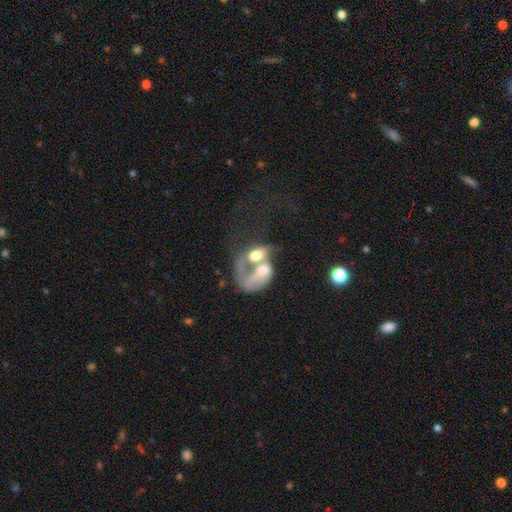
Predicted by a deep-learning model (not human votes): A featured or disk galaxy (52%).

Vote fractions:
- Smooth or featured? featured or disk: 52% / smooth: 39% / star or artifact: 9%
- Edge-on disk? no: 95% / yes: 5%
- Merging? merger: 69% / major disturbance: 18% / none: 8% / minor disturbance: 5%